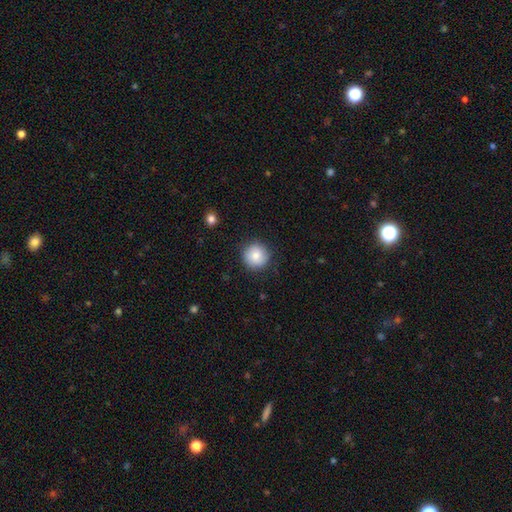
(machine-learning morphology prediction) A smooth galaxy with no disk features (83%) that is round (95%).

Vote fractions:
- Smooth or featured? smooth: 83% / featured or disk: 9% / star or artifact: 8%
- How rounded? round: 95% / in between: 4% / cigar-shaped: 1%
- Merging? none: 88% / minor disturbance: 9% / major disturbance: 2% / merger: 1%